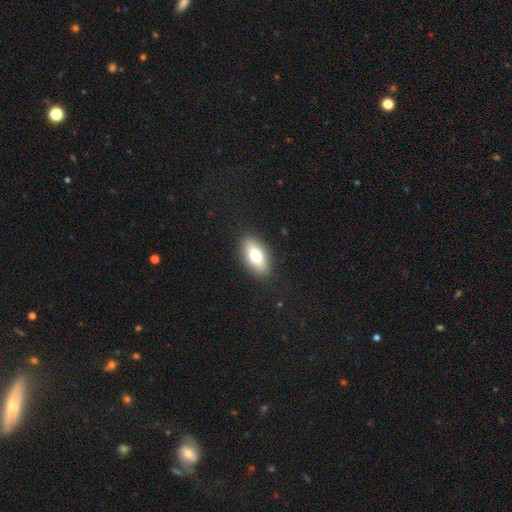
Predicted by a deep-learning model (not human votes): A smooth galaxy with no disk features (75%) that is in between round and cigar-shaped (89%).

Vote fractions:
- Smooth or featured? smooth: 75% / featured or disk: 18% / star or artifact: 7%
- How rounded? in between: 89% / cigar-shaped: 7% / round: 5%
- Merging? none: 88% / minor disturbance: 8% / major disturbance: 3% / merger: 1%